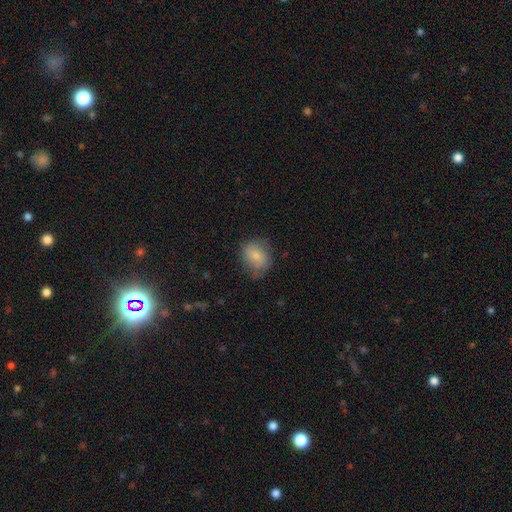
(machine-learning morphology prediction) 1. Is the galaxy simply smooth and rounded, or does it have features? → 72% smooth, 20% featured or disk, 8% star or artifact.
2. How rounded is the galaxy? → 59% round, 40% in between, 1% cigar-shaped.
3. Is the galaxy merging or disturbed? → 66% none, 24% minor disturbance, 8% major disturbance, 1% merger.